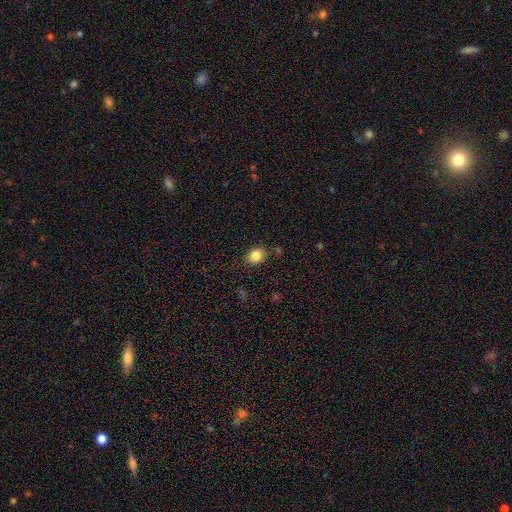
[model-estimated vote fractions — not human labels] Smooth or featured? Predicted: smooth (p=0.84). How rounded? Predicted: round (p=0.63). Merging? Predicted: none (p=0.84).